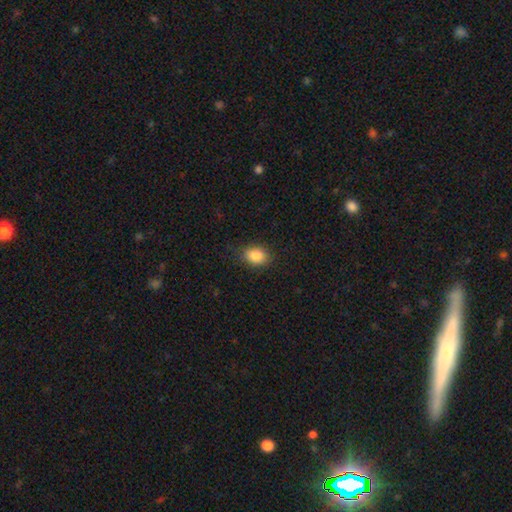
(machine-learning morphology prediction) The model was most divided on "how rounded": in between: 70%, round: 28%, cigar-shaped: 1%. More confident: smooth or featured — smooth (85%); merging — none (84%).